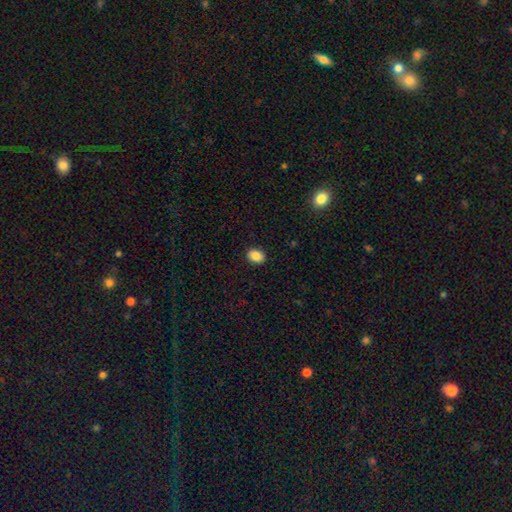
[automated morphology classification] A smooth galaxy with no disk features (88%) that is in between round and cigar-shaped (65%).

Vote fractions:
- Smooth or featured? smooth: 88% / star or artifact: 8% / featured or disk: 4%
- How rounded? in between: 65% / round: 34% / cigar-shaped: 1%
- Merging? none: 90% / minor disturbance: 7% / major disturbance: 2% / merger: 1%